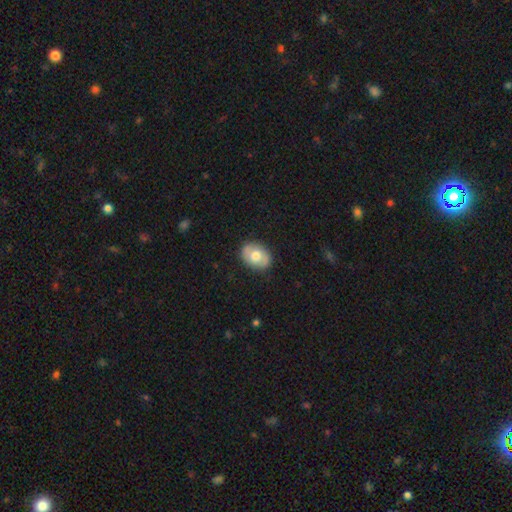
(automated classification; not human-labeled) A smooth galaxy with no disk features (63%) that is in between round and cigar-shaped (70%). Merging: none (85%).